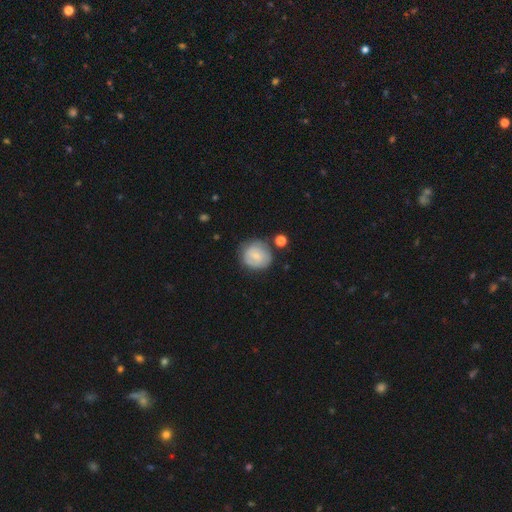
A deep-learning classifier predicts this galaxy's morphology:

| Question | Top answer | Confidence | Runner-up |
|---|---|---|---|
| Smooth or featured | smooth | 65% | featured or disk (28%) |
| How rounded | round | 88% | in between (11%) |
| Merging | none | 68% | minor disturbance (20%) |